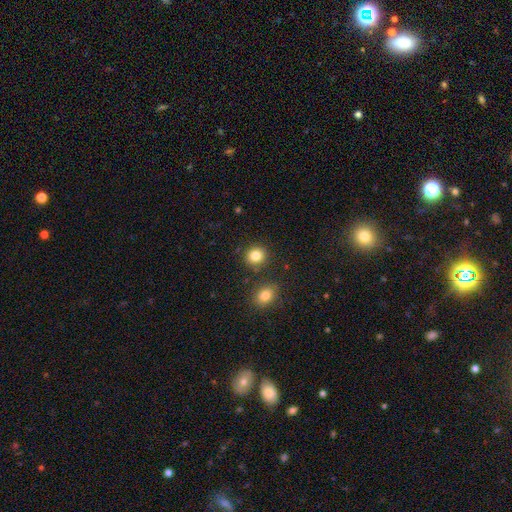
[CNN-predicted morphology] Smooth or featured?
  - smooth: 84% *
  - star or artifact: 11%
  - featured or disk: 6%
How rounded?
  - round: 83% *
  - in between: 16%
  - cigar-shaped: 1%
Merging?
  - none: 85% *
  - minor disturbance: 8%
  - merger: 5%
  - major disturbance: 3%